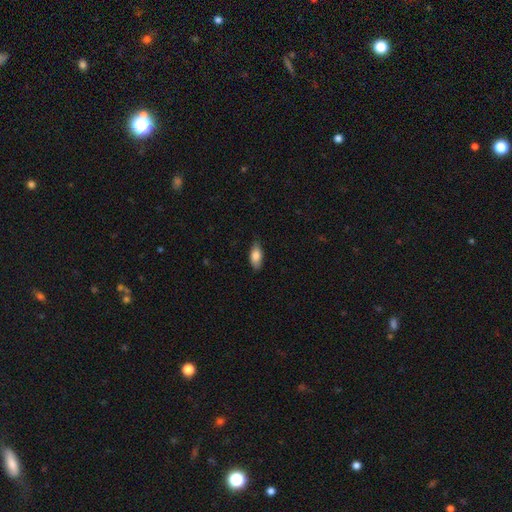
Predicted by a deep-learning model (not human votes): Smooth or featured? Predicted: smooth (p=0.83). How rounded? Predicted: in between (p=0.86). Merging? Predicted: none (p=0.83).